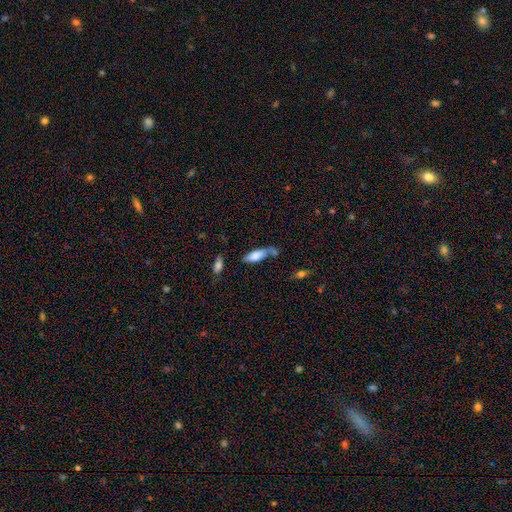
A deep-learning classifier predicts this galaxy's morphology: Smooth or featured? smooth (75%)
How rounded? in between (61%)
Merging? none (39%)